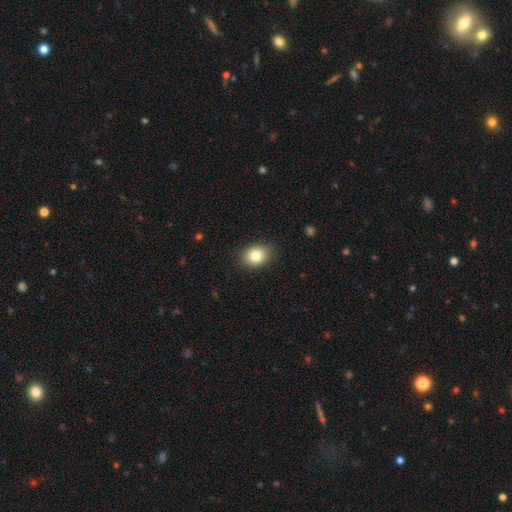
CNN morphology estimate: smooth_or_featured: smooth (p=0.82) [alt: star or artifact p=0.10]
how_rounded: in between (p=0.55) [alt: round p=0.44]
merging: none (p=0.87) [alt: minor disturbance p=0.10]